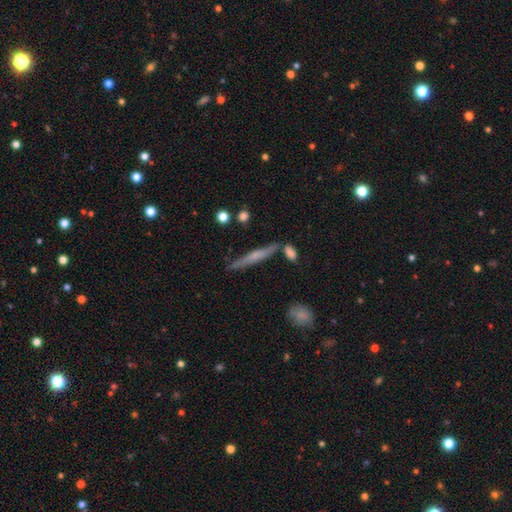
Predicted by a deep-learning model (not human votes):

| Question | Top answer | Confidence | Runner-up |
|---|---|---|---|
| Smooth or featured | featured or disk | 49% | smooth (44%) |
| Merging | none | 79% | minor disturbance (12%) |